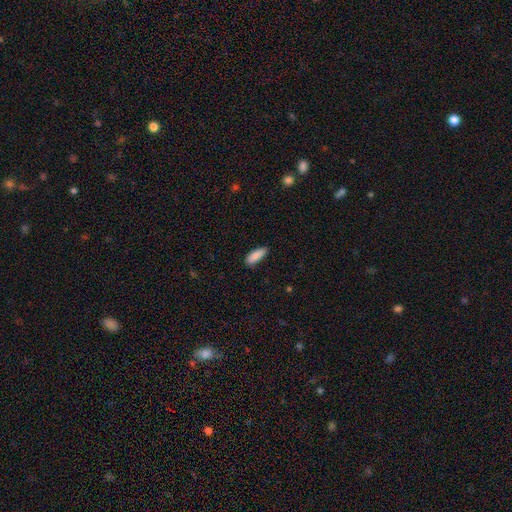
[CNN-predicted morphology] smooth 89%, star or artifact 7%, featured or disk 5%. Down the decision tree: how rounded — in between (63%); merging — none (83%).